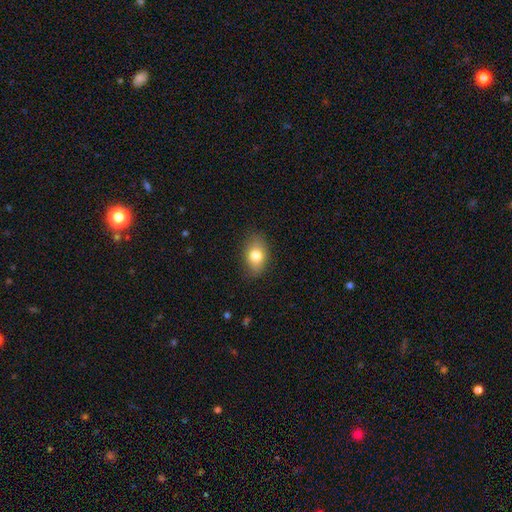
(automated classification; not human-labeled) A smooth galaxy with no disk features (78%) that is in between round and cigar-shaped (83%).

Vote fractions:
- Smooth or featured? smooth: 78% / featured or disk: 14% / star or artifact: 8%
- How rounded? in between: 83% / round: 15% / cigar-shaped: 2%
- Merging? none: 83% / minor disturbance: 13% / major disturbance: 3% / merger: 1%